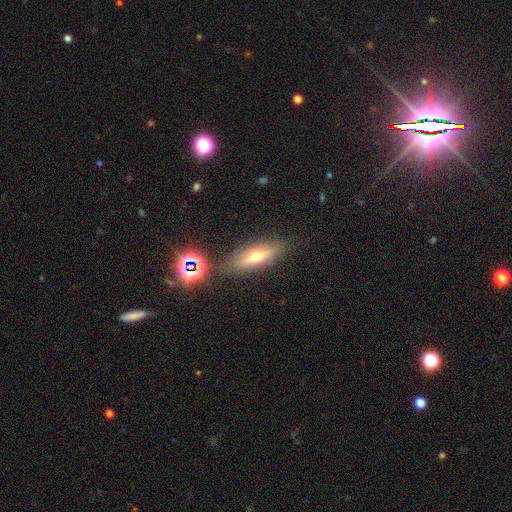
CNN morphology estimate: A featured or disk galaxy (47%).

Vote fractions:
- Smooth or featured? featured or disk: 47% / smooth: 40% / star or artifact: 13%
- Merging? none: 78% / minor disturbance: 13% / merger: 6% / major disturbance: 4%